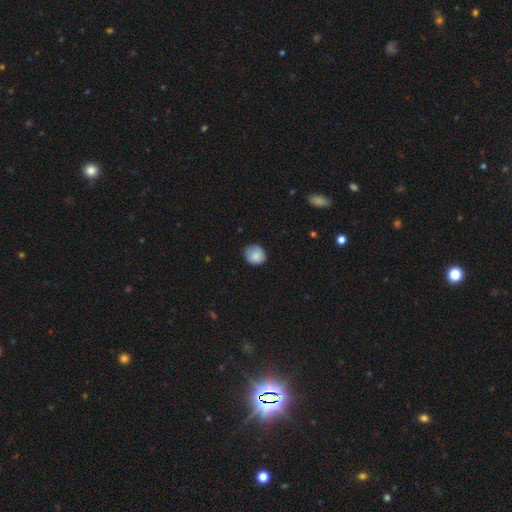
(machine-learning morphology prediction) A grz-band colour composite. It shows a smooth galaxy with no disk features (83%) that is round (79%). Merging: none (73%).